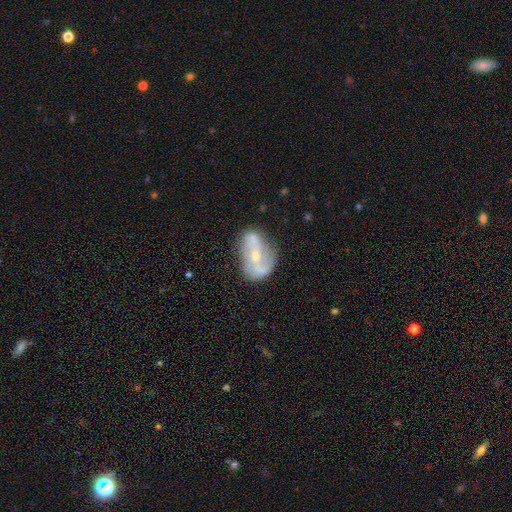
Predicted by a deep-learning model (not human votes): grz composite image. It shows a featured or disk galaxy (79%) with no bar (41%), 2 (81%) loose (46%) spiral arms (87%) and a small central bulge (58%). Merging: none (65%).